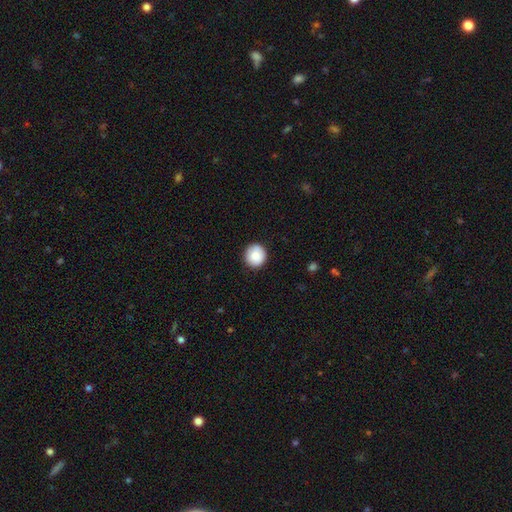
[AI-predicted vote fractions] The model was most divided on "smooth or featured": smooth: 83%, featured or disk: 10%, star or artifact: 8%. More confident: how rounded — round (93%); merging — none (90%).